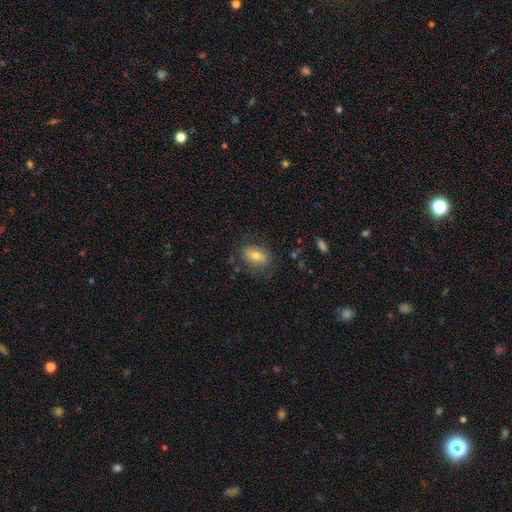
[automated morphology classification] Smooth or featured: smooth — 67% (featured or disk — 24%)
How rounded: in between — 80% (round — 18%)
Merging: none — 74% (minor disturbance — 18%)